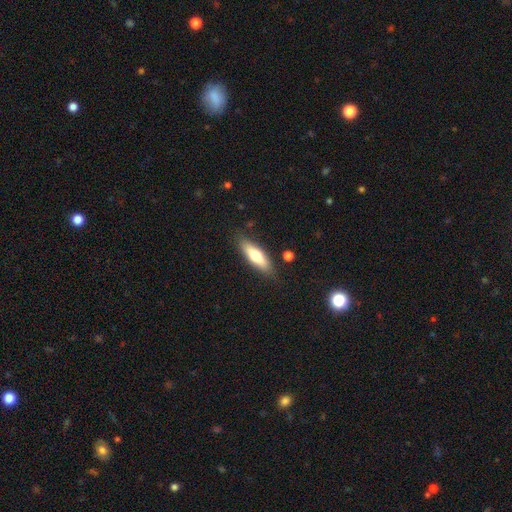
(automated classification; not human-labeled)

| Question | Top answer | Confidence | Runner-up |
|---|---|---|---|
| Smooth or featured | smooth | 65% | featured or disk (29%) |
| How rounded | cigar-shaped | 49% | tied: in between (49%) |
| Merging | none | 83% | minor disturbance (12%) |